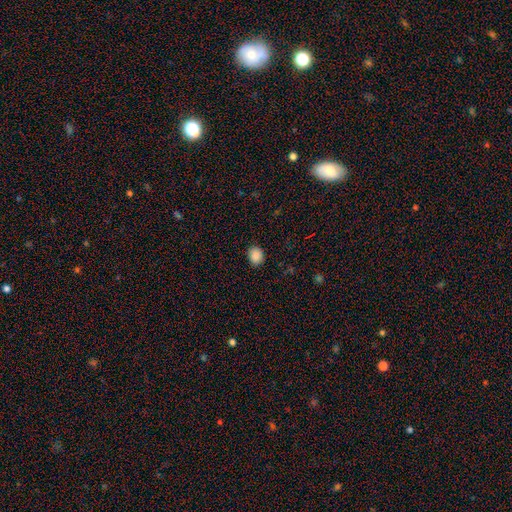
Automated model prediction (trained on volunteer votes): smooth-or-featured: smooth: 88% | star or artifact: 9% | featured or disk: 3%
  how-rounded: round: 64% | in between: 35% | cigar-shaped: 1%
  merging: none: 88% | minor disturbance: 8% | major disturbance: 2% | merger: 1%